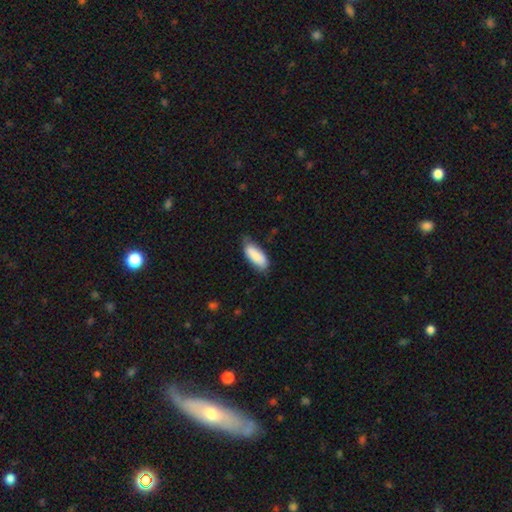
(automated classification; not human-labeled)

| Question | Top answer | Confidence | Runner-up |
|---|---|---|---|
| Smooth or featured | smooth | 86% | featured or disk (8%) |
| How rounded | in between | 78% | cigar-shaped (21%) |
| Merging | none | 63% | minor disturbance (30%) |